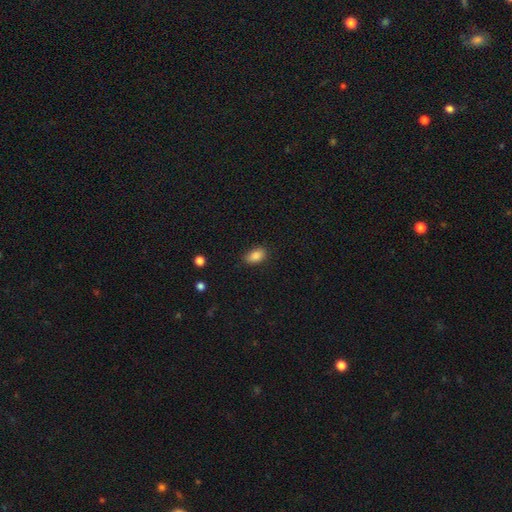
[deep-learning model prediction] Smooth or featured: smooth — 86% (star or artifact — 9%)
How rounded: in between — 87% (round — 11%)
Merging: none — 82% (minor disturbance — 14%)